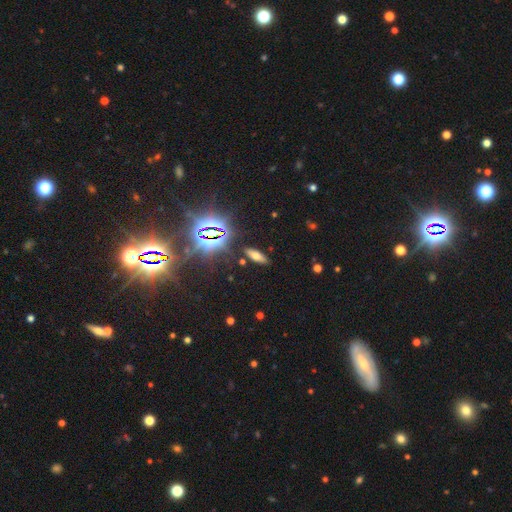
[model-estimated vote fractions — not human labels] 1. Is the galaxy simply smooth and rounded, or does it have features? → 50% smooth, 33% star or artifact, 18% featured or disk.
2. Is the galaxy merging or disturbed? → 87% none, 8% minor disturbance, 3% major disturbance, 2% merger.